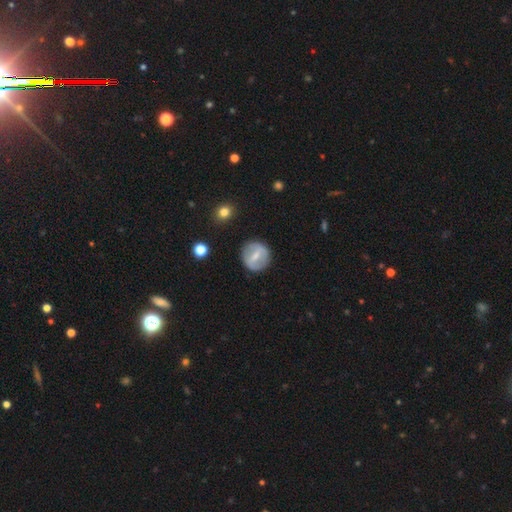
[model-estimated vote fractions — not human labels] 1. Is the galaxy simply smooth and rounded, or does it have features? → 52% featured or disk, 42% smooth, 7% star or artifact.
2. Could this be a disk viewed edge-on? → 93% no, 7% yes.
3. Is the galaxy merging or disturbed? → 85% none, 10% minor disturbance, 3% major disturbance, 1% merger.